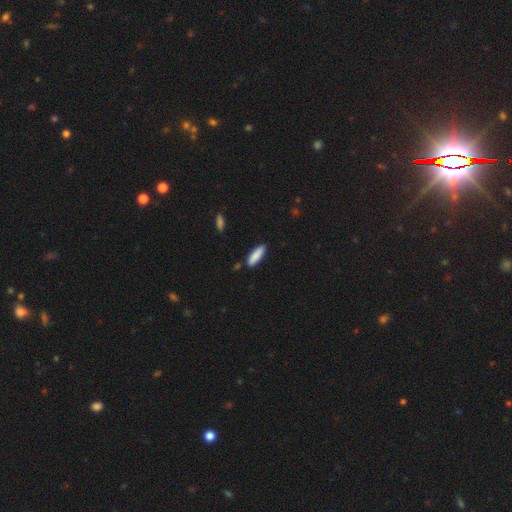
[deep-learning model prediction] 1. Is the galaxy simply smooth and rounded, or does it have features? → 88% smooth, 6% star or artifact, 6% featured or disk.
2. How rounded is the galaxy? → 56% cigar-shaped, 43% in between, 1% round.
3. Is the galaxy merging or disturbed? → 85% none, 11% minor disturbance, 2% merger, 2% major disturbance.